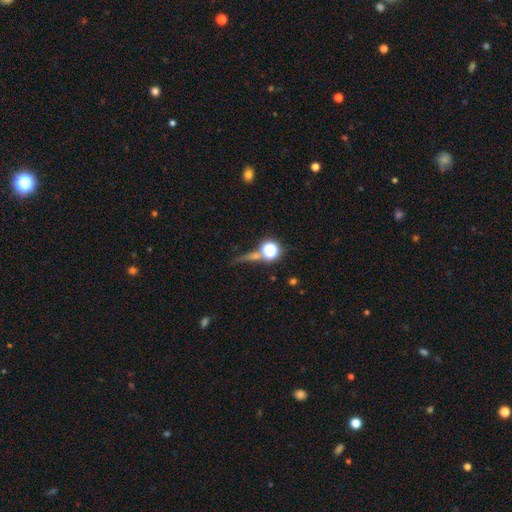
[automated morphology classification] A star or artifact, not a galaxy (47%).